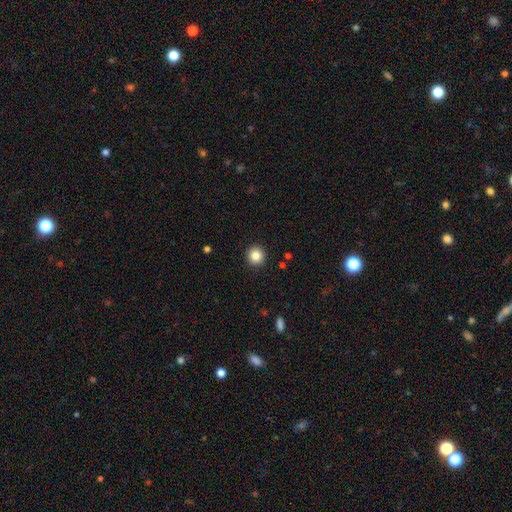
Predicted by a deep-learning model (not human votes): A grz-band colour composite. It shows a smooth galaxy with no disk features (85%) that is round (95%). Merging: none (93%).